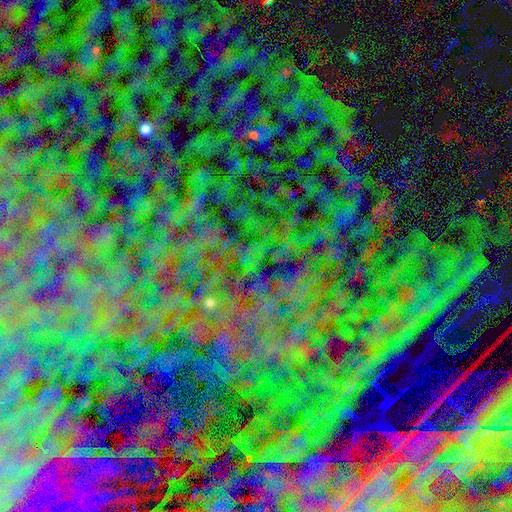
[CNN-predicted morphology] star or artifact 82%, smooth 11%, featured or disk 8%.